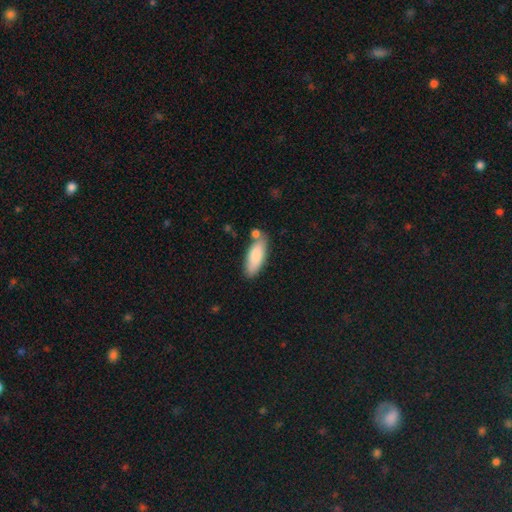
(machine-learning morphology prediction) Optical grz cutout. It shows a smooth galaxy with no disk features (84%) that is in between round and cigar-shaped (71%). Merging: none (70%).